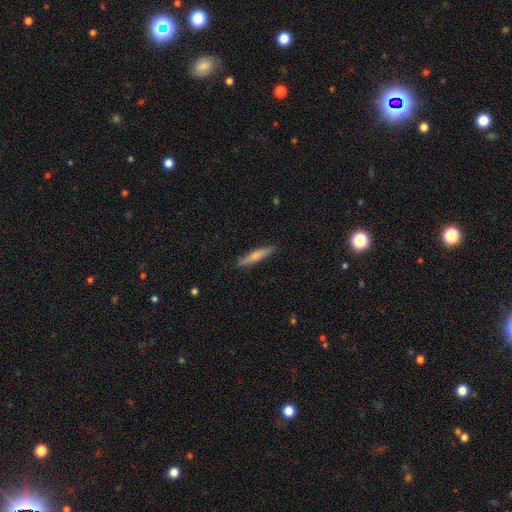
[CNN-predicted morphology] Smooth or featured? smooth (65%)
How rounded? cigar-shaped (89%)
Merging? none (89%)